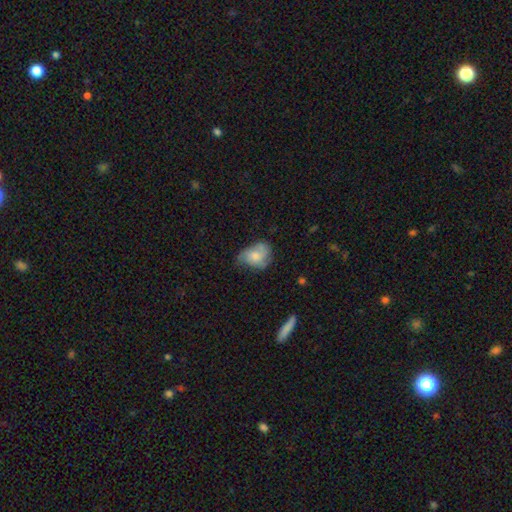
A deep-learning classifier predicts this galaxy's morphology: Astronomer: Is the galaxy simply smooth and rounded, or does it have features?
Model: smooth — 51% (runner-up: featured or disk, 42%).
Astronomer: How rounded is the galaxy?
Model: in between — 63%.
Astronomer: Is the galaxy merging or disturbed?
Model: none — 47% (runner-up: minor disturbance, 34%).